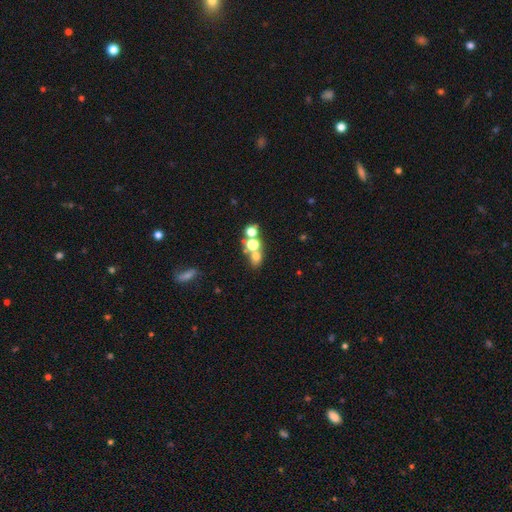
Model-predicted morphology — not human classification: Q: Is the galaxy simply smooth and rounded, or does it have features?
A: smooth — 60%.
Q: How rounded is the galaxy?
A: round — 59%.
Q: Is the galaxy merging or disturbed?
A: merger — 44%.